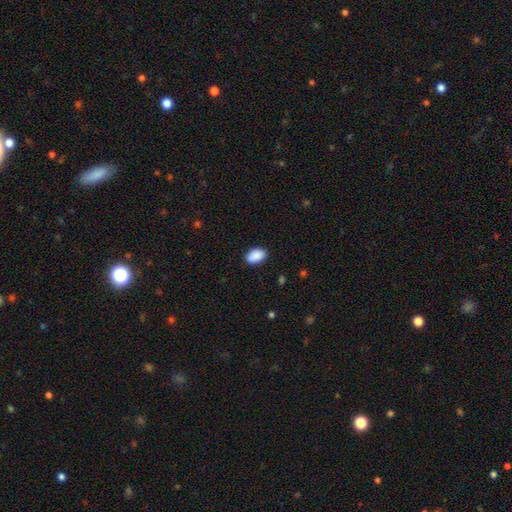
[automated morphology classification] Overall: smooth (91%). How rounded: in between (92%). Merging: none (87%).